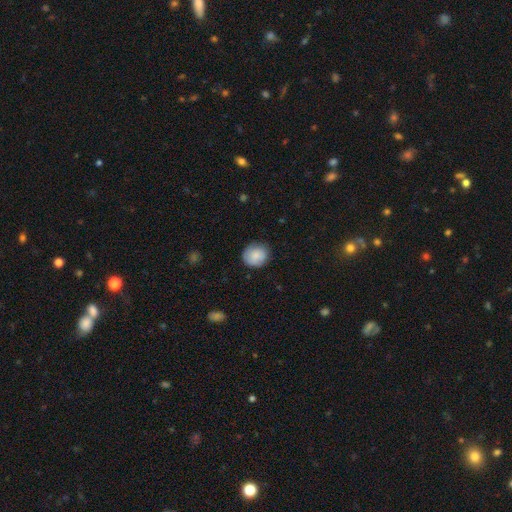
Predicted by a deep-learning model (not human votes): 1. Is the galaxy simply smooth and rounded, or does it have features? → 84% smooth, 8% featured or disk, 7% star or artifact.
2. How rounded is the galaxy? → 83% round, 16% in between, 1% cigar-shaped.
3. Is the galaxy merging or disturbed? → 81% none, 15% minor disturbance, 3% major disturbance, 1% merger.